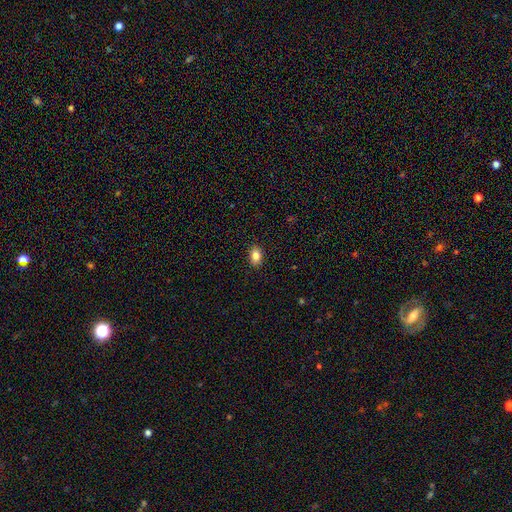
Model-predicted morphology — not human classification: smooth-or-featured: smooth: 84% | star or artifact: 9% | featured or disk: 7%
  how-rounded: in between: 82% | round: 17% | cigar-shaped: 1%
  merging: none: 90% | minor disturbance: 8% | major disturbance: 2% | merger: 1%